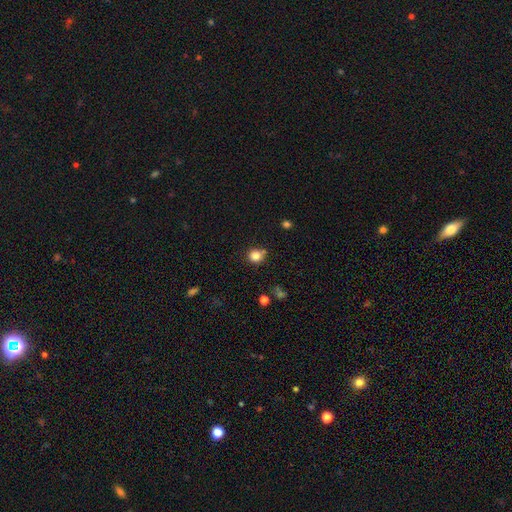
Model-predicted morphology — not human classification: type=smooth (82%); roundness=round (85%); merging=none (71%).